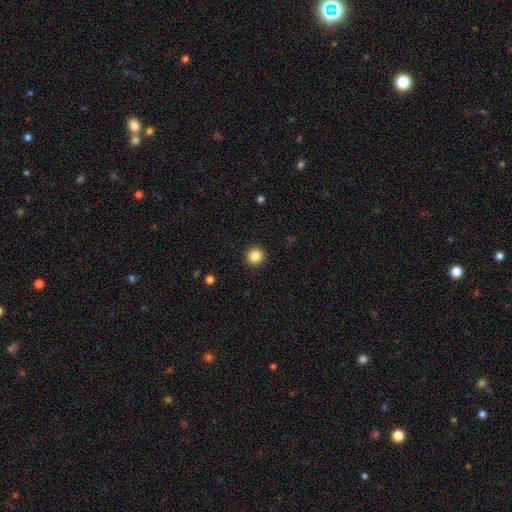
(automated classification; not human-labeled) Smooth or featured?
  - smooth: 86% *
  - star or artifact: 10%
  - featured or disk: 4%
How rounded?
  - round: 94% *
  - in between: 5%
  - cigar-shaped: 1%
Merging?
  - none: 93% *
  - minor disturbance: 5%
  - major disturbance: 2%
  - merger: 1%